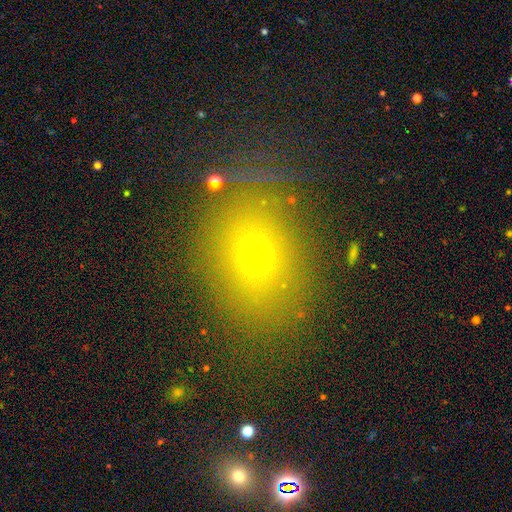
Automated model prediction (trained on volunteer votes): Q: Smooth or featured?
A: smooth (64%); runner-up: star or artifact (24%)
Q: How rounded?
A: in between (54%); runner-up: round (43%)
Q: Merging?
A: none (77%); runner-up: minor disturbance (12%)